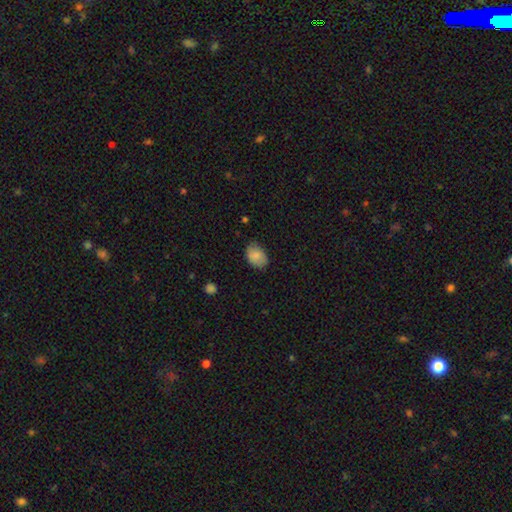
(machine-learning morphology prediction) Smooth or featured?
  - smooth: 84% *
  - featured or disk: 8%
  - star or artifact: 8%
How rounded?
  - in between: 78% *
  - round: 21%
  - cigar-shaped: 1%
Merging?
  - none: 71% *
  - minor disturbance: 23%
  - major disturbance: 4%
  - merger: 1%